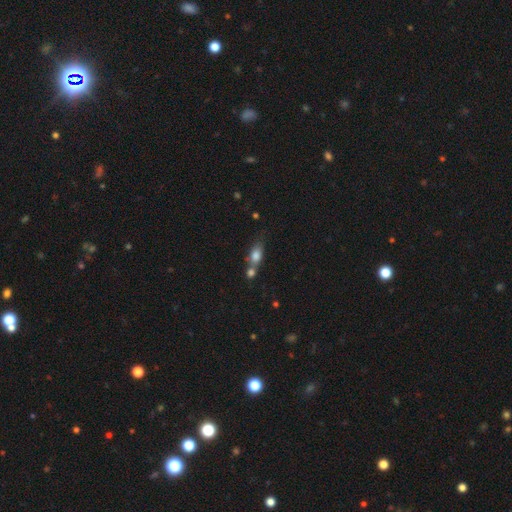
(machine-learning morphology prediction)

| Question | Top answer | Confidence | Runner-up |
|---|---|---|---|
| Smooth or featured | smooth | 78% | featured or disk (13%) |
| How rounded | in between | 73% | round (18%) |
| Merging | merger | 45% | none (36%) |